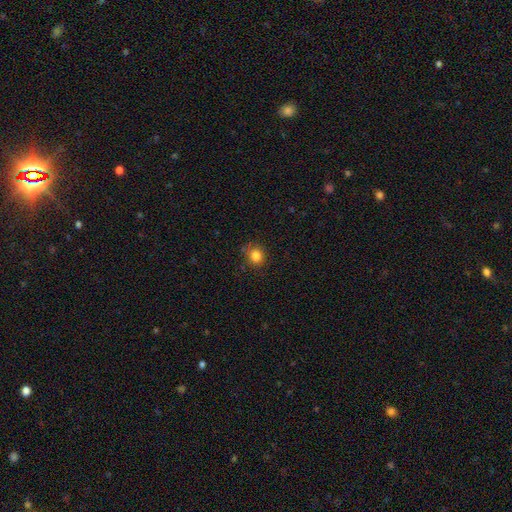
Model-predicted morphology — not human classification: Smooth or featured? smooth (83%)
How rounded? round (83%)
Merging? none (81%)